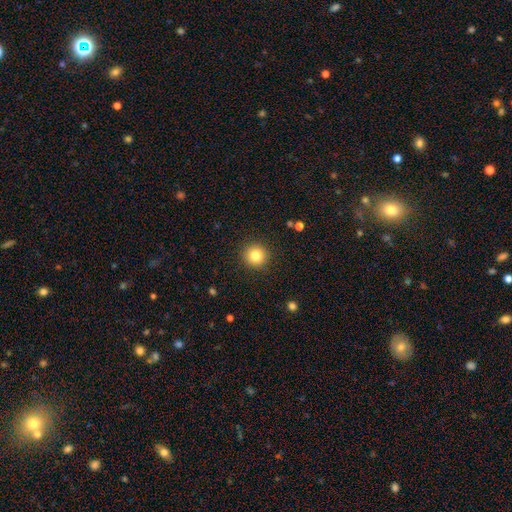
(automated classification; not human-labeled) Smooth or featured: smooth — 82% (star or artifact — 11%)
How rounded: round — 94% (in between — 5%)
Merging: none — 91% (minor disturbance — 6%)